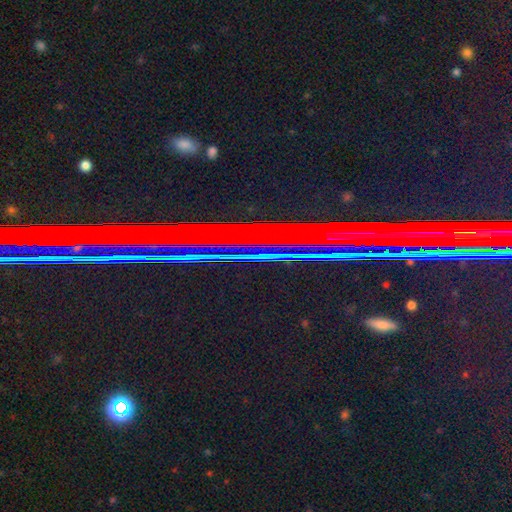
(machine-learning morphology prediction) A star or artifact, not a galaxy (84%).

Vote fractions:
- Smooth or featured? star or artifact: 84% / featured or disk: 8% / smooth: 8%